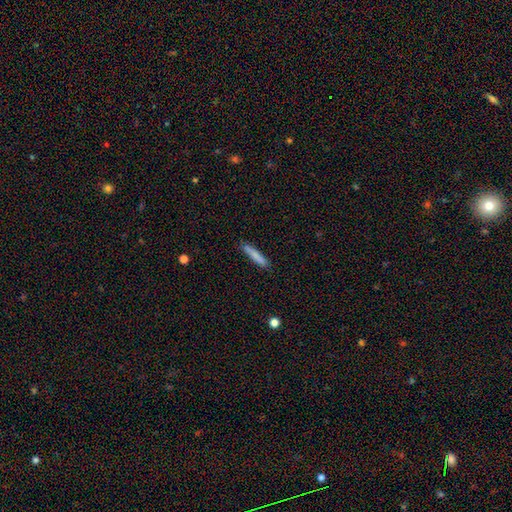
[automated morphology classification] This appears to be a smooth galaxy with no disk features (80%) that is cigar-shaped (90%). Merging: none (82%).